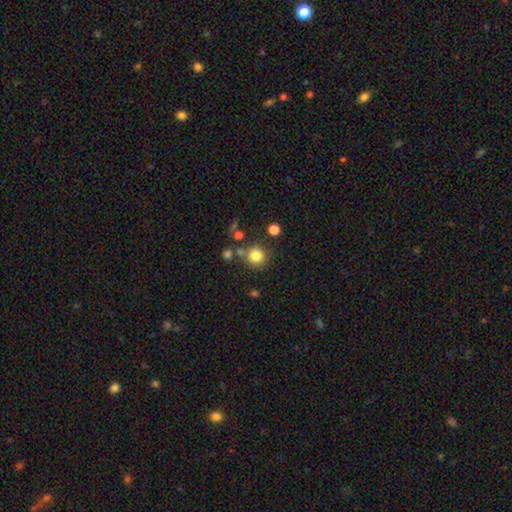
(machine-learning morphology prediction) Overall: smooth (81%). How rounded: round (91%). Merging: none (76%).